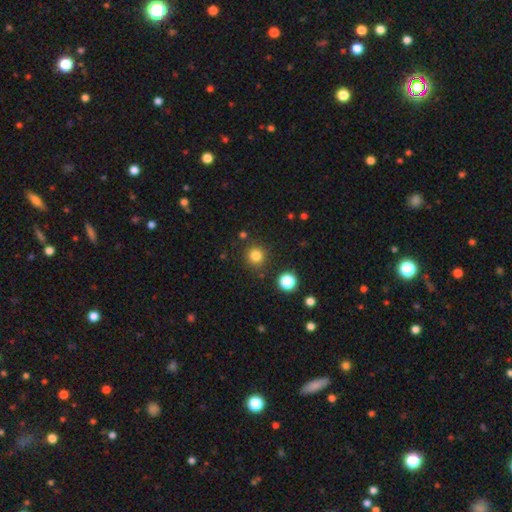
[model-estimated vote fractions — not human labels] Smooth or featured?
  - smooth: 81% *
  - star or artifact: 14%
  - featured or disk: 5%
How rounded?
  - round: 93% *
  - in between: 6%
  - cigar-shaped: 1%
Merging?
  - none: 88% *
  - minor disturbance: 7%
  - merger: 3%
  - major disturbance: 3%